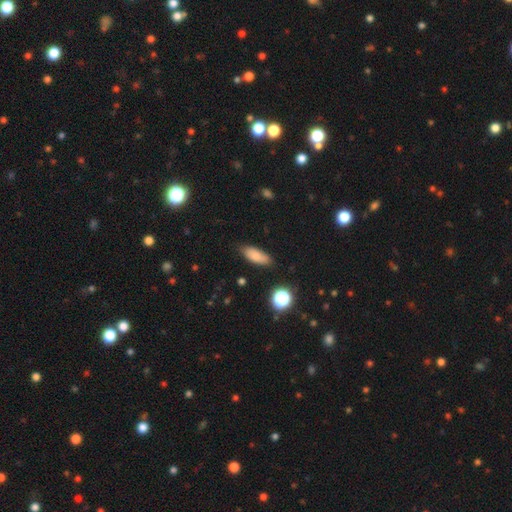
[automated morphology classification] type=smooth (78%); roundness=in between (75%); merging=none (81%).